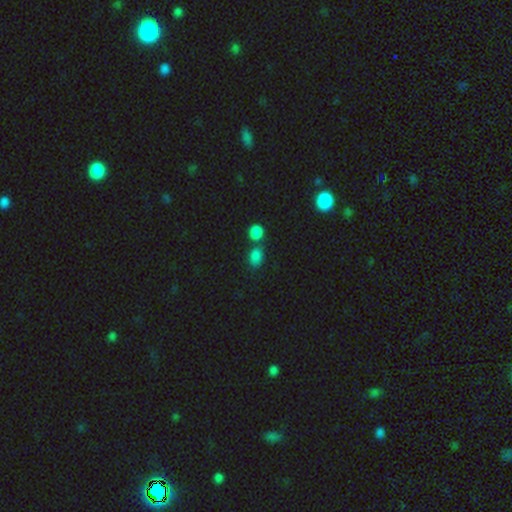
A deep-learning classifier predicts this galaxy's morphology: Overall: smooth (80%). How rounded: in between (65%; round 34%). Merging: none (54%; merger 31%).